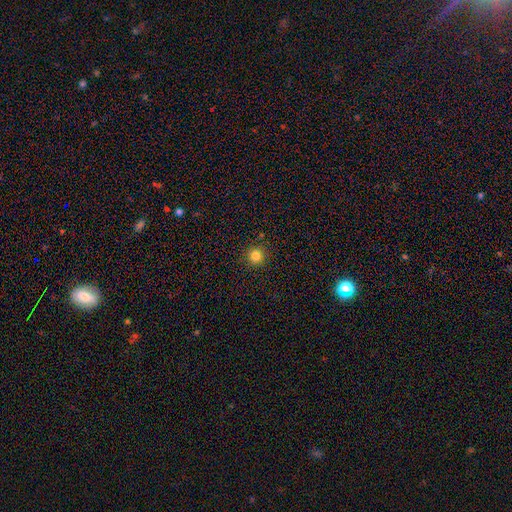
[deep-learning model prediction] Morphology: type=smooth (82%); roundness=round (95%); merging=none (91%).